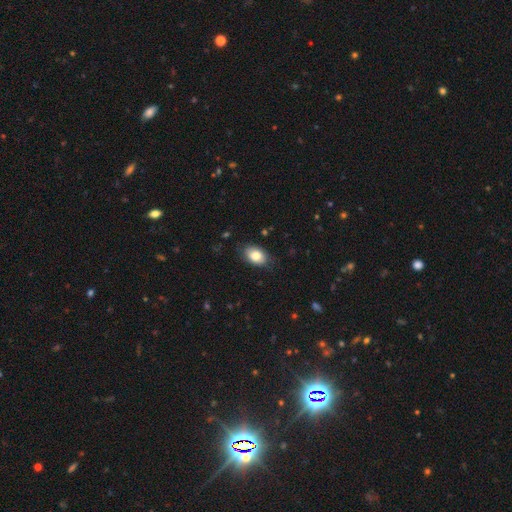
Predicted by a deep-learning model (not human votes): smooth 83%, featured or disk 10%, star or artifact 7%. Down the decision tree: how rounded — in between (88%); merging — none (81%).